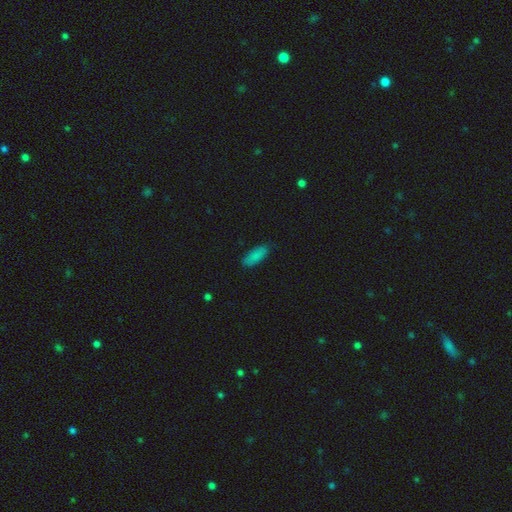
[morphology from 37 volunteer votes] type=smooth (97%); roundness=in between (86%); merging=none (78%).